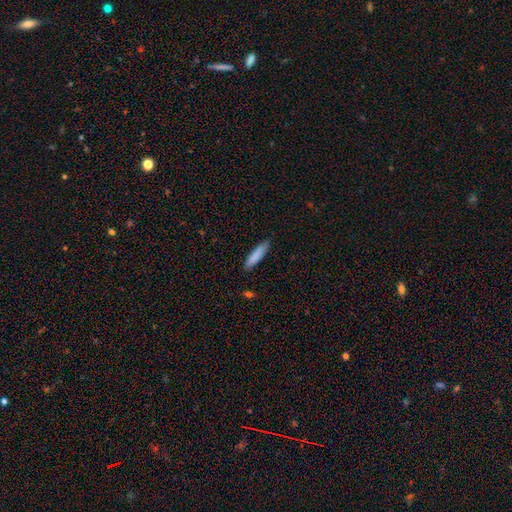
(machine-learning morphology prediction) smooth-or-featured: smooth: 84% | featured or disk: 10% | star or artifact: 6%
  how-rounded: cigar-shaped: 81% | in between: 18% | round: 1%
  merging: none: 85% | minor disturbance: 12% | major disturbance: 2% | merger: 1%